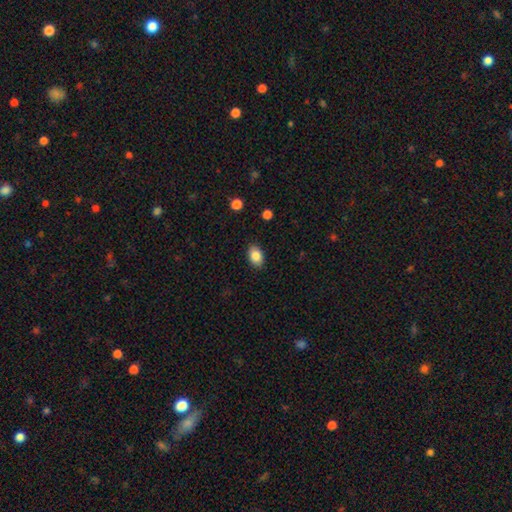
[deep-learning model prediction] Overall: smooth (85%). How rounded: in between (86%). Merging: none (88%).